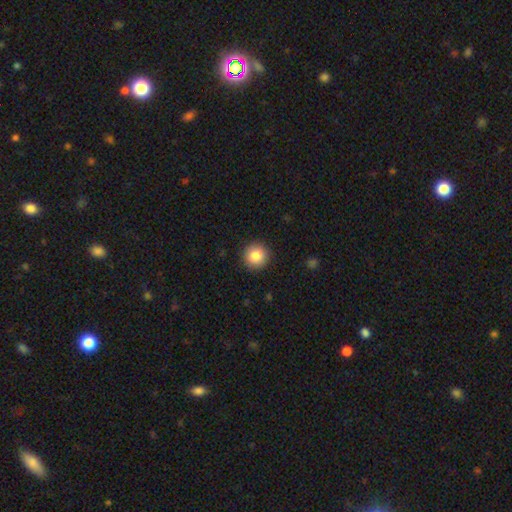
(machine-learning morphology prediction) Q: Smooth or featured?
A: smooth (86%); runner-up: star or artifact (9%)
Q: How rounded?
A: round (94%); runner-up: in between (5%)
Q: Merging?
A: none (91%); runner-up: minor disturbance (6%)